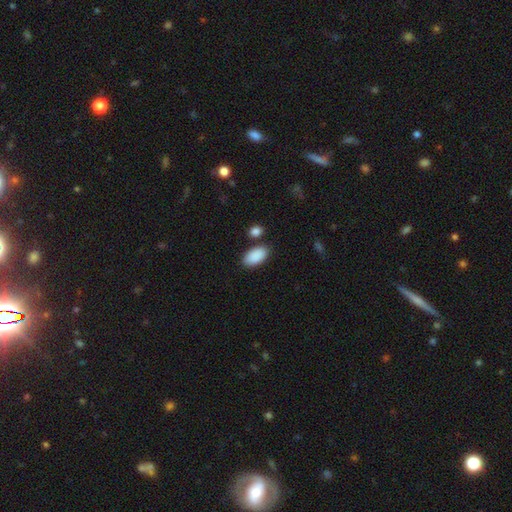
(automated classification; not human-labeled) smooth-or-featured: smooth: 91% | star or artifact: 6% | featured or disk: 3%
  how-rounded: in between: 95% | round: 3% | cigar-shaped: 2%
  merging: none: 81% | minor disturbance: 10% | merger: 6% | major disturbance: 3%